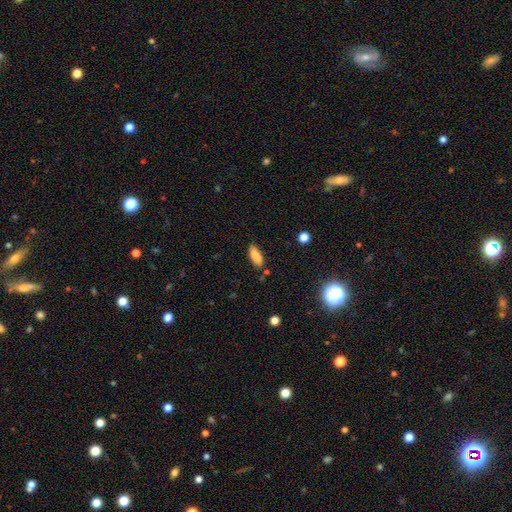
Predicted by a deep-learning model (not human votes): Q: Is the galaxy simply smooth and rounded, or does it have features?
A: smooth — 77%.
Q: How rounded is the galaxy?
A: in between — 72%.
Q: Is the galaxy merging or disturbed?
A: none — 67%.